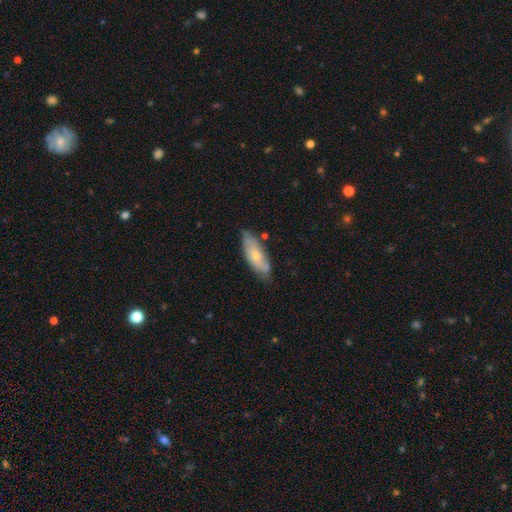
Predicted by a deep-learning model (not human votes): Morphology: type=smooth (51%); roundness=in between (68%); merging=none (72%).